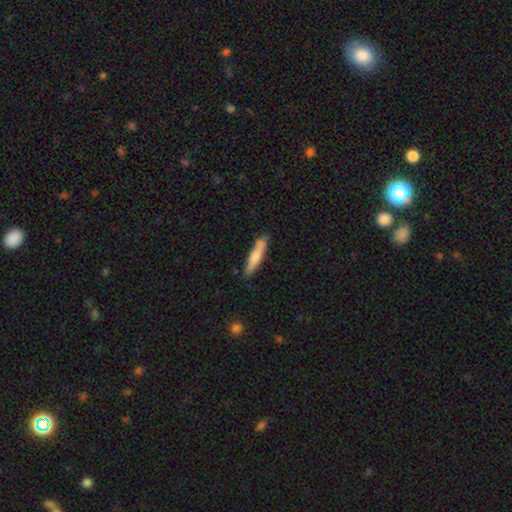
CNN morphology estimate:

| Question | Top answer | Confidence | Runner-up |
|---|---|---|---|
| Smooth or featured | smooth | 74% | featured or disk (20%) |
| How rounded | cigar-shaped | 86% | in between (13%) |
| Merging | none | 75% | minor disturbance (18%) |